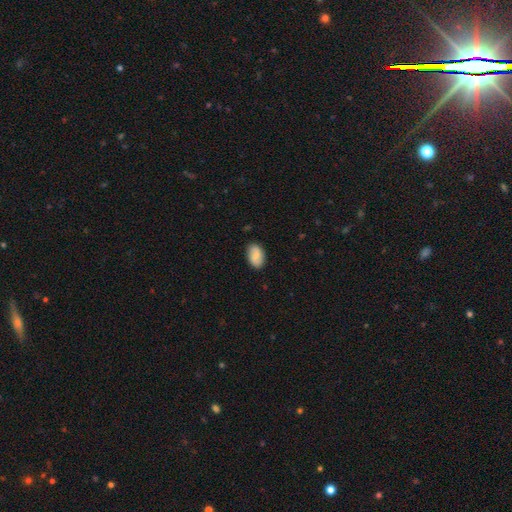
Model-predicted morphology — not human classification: The model was most divided on "smooth or featured": smooth: 72%, featured or disk: 21%, star or artifact: 7%. More confident: how rounded — in between (89%); merging — none (84%).